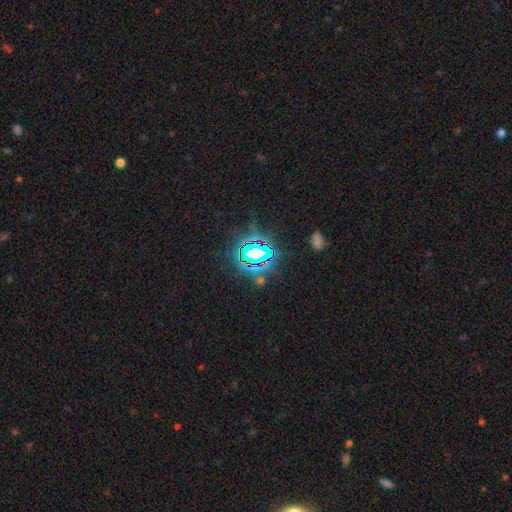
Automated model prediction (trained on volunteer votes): Smooth or featured: star or artifact — 75% (smooth — 14%)